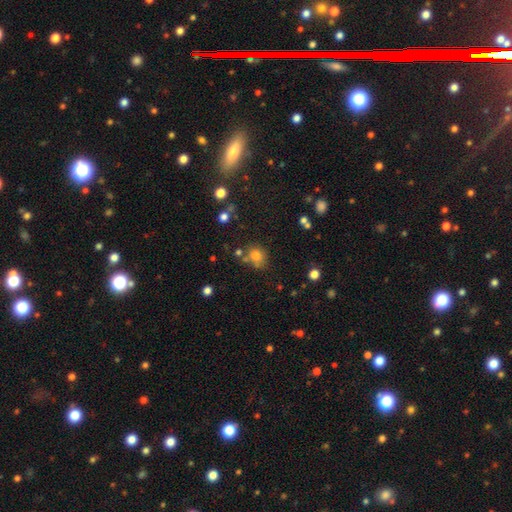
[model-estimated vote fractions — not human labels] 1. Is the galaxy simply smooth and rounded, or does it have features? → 76% smooth, 15% star or artifact, 9% featured or disk.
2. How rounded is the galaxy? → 66% round, 33% in between, 1% cigar-shaped.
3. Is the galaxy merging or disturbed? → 64% none, 16% minor disturbance, 15% merger, 6% major disturbance.